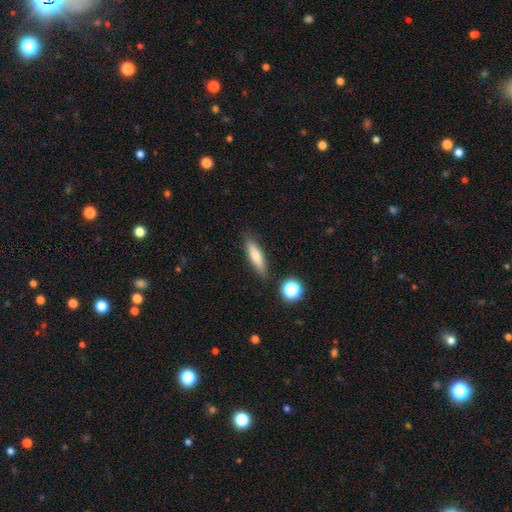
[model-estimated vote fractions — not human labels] This is likely a smooth galaxy (73%). How rounded: likely cigar-shaped (68%). Merging: clearly none (85%).